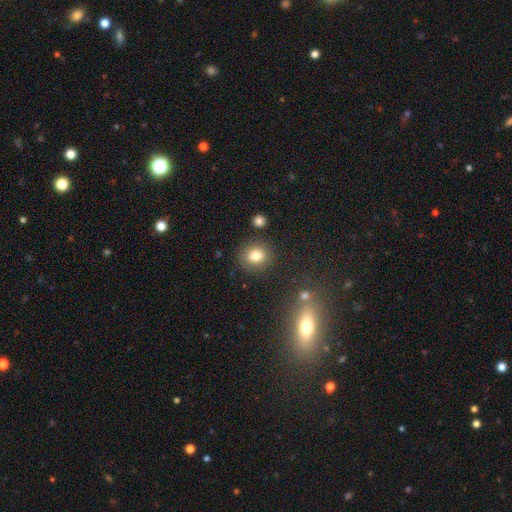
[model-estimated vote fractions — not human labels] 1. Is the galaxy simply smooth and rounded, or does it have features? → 80% smooth, 11% star or artifact, 8% featured or disk.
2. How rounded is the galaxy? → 84% round, 15% in between, 1% cigar-shaped.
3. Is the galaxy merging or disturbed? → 84% none, 8% minor disturbance, 4% merger, 3% major disturbance.